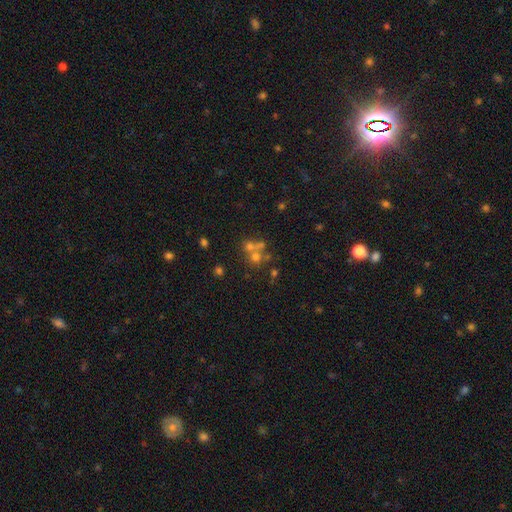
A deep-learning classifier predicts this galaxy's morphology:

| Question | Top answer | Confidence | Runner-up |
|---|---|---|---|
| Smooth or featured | smooth | 46% | star or artifact (30%) |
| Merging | none | 44% | tied: merger (44%) |